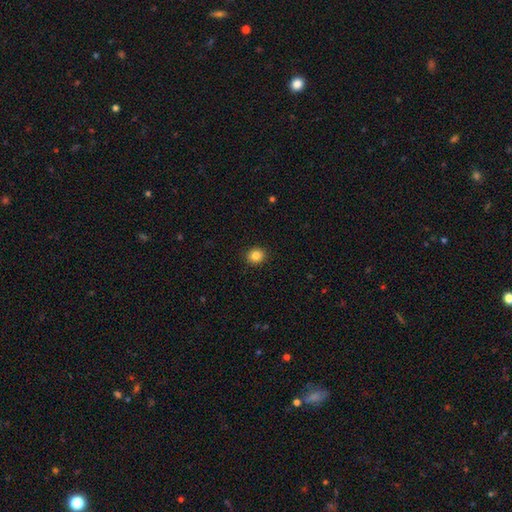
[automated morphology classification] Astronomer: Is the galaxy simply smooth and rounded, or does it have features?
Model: smooth — 86%.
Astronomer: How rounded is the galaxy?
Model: round — 80%.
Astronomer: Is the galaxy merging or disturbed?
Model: none — 92%.